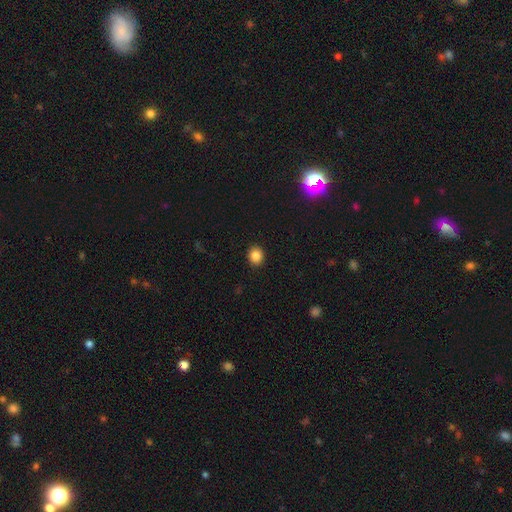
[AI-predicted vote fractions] The model was most divided on "how rounded": round: 71%, in between: 28%, cigar-shaped: 1%. More confident: merging — none (92%); smooth or featured — smooth (86%).